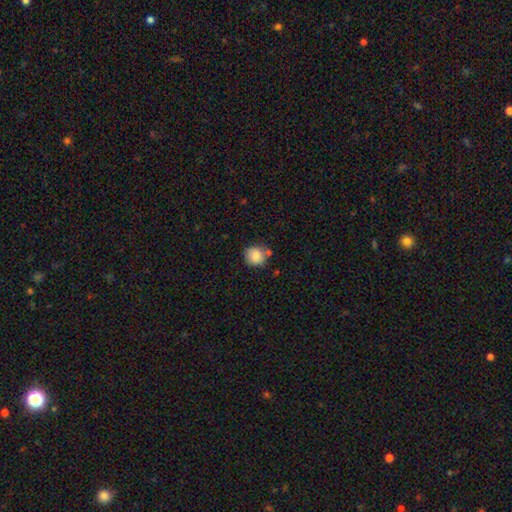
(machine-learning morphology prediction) smooth_or_featured: smooth (p=0.83) [alt: featured or disk p=0.08]
how_rounded: round (p=0.86) [alt: in between p=0.13]
merging: none (p=0.68) [alt: minor disturbance p=0.18]